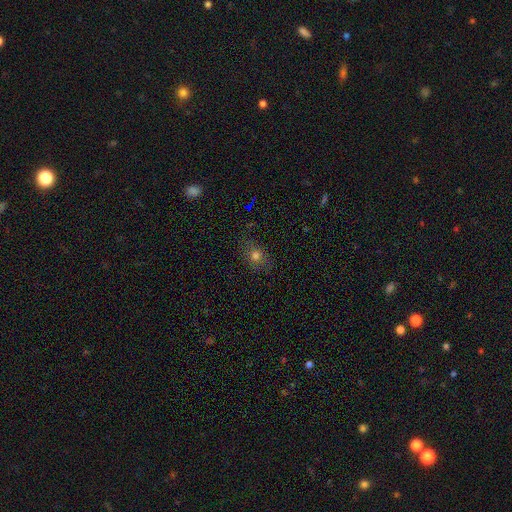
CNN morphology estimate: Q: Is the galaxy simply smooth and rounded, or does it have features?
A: smooth — 72%.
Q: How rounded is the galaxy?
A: in between — 50%.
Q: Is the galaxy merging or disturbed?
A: none — 78%.